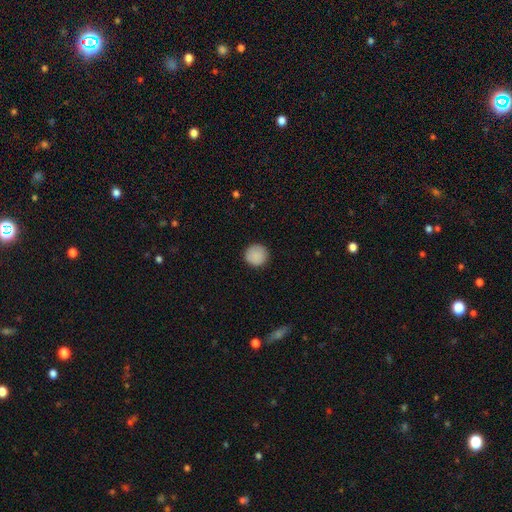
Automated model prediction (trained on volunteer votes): A smooth galaxy with no disk features (89%) that is round (95%). Merging: none (91%).